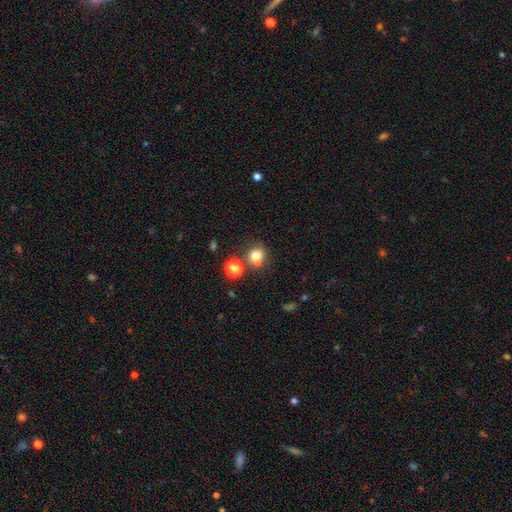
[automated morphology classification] smooth_or_featured: smooth (p=0.74) [alt: star or artifact p=0.14]
how_rounded: round (p=0.79) [alt: in between p=0.20]
merging: none (p=0.51) [alt: merger p=0.34]